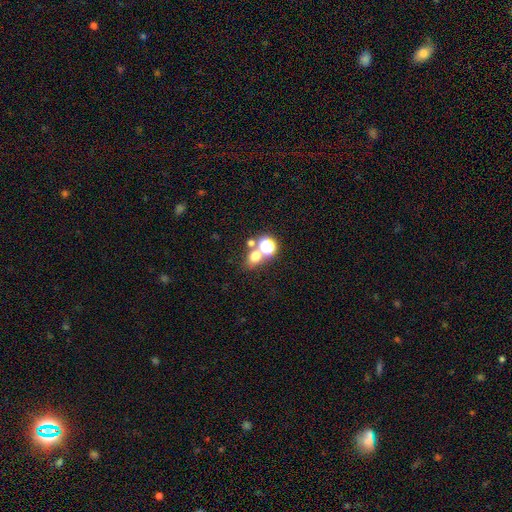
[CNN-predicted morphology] Smooth or featured? Predicted: smooth (p=0.62). How rounded? Predicted: round (p=0.72). Merging? Predicted: none (p=0.54).